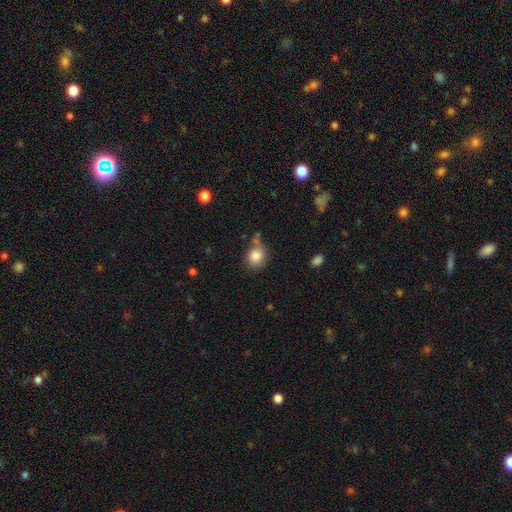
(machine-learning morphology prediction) Q: Smooth or featured?
A: smooth (86%); runner-up: star or artifact (9%)
Q: How rounded?
A: round (68%); runner-up: in between (31%)
Q: Merging?
A: none (67%); runner-up: minor disturbance (19%)